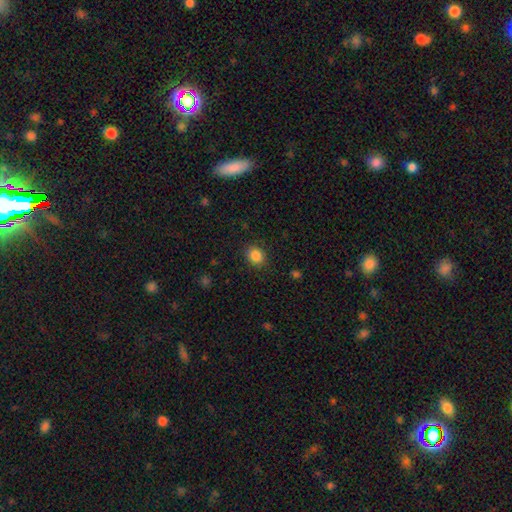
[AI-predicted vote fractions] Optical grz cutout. It shows a smooth galaxy with no disk features (85%) that is round (67%). Merging: none (88%).